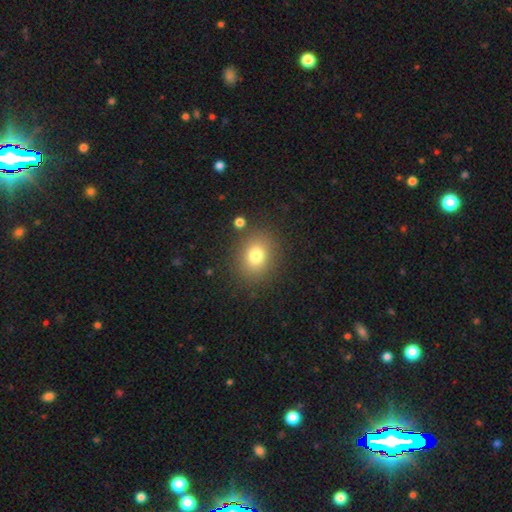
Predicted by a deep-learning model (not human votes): smooth-or-featured: smooth: 78% | star or artifact: 13% | featured or disk: 10%
  how-rounded: round: 58% | in between: 41% | cigar-shaped: 1%
  merging: none: 84% | minor disturbance: 9% | major disturbance: 4% | merger: 3%